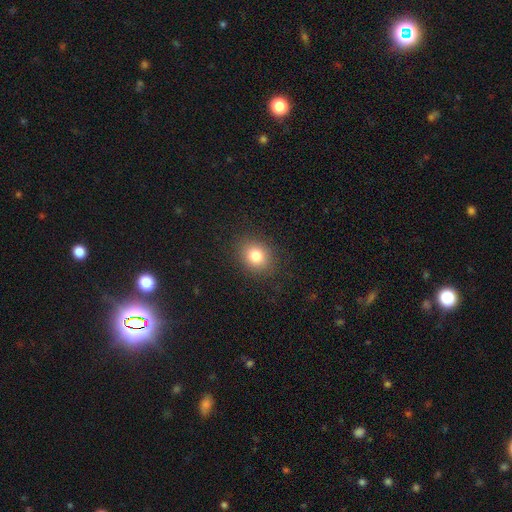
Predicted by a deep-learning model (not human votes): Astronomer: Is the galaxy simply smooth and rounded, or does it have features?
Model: smooth — 80%.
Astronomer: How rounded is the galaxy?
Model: round — 63%.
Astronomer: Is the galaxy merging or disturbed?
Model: none — 87%.